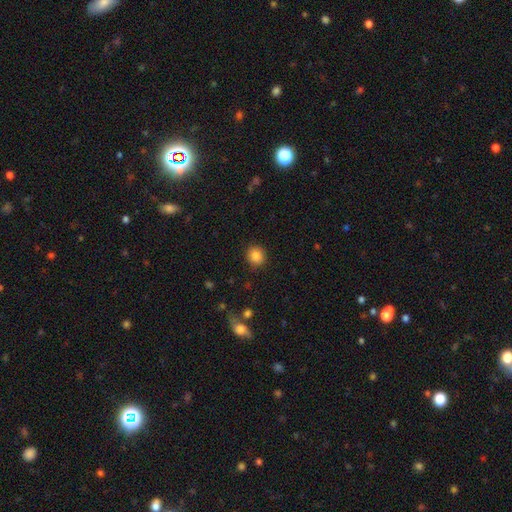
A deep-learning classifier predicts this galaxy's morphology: The model was most divided on "how rounded": round: 84%, in between: 15%, cigar-shaped: 1%. More confident: merging — none (89%); smooth or featured — smooth (86%).